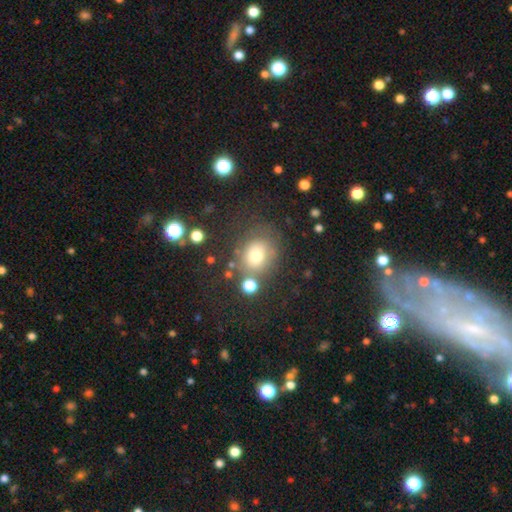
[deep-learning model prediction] A smooth galaxy with no disk features (72%) that is round (71%). Merging: none (65%).